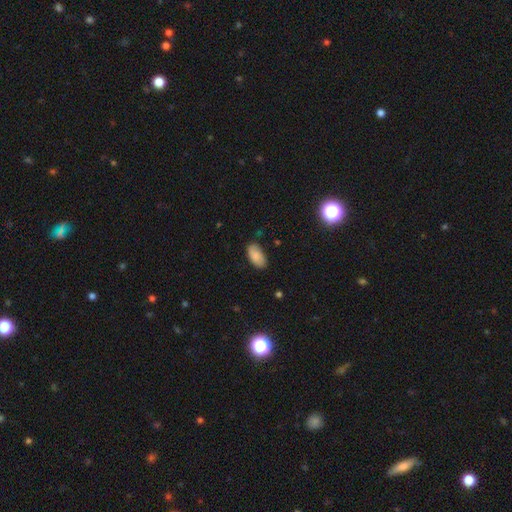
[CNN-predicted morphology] smooth_or_featured: smooth (p=0.85) [alt: star or artifact p=0.08]
how_rounded: in between (p=0.95) [alt: cigar-shaped p=0.03]
merging: none (p=0.78) [alt: minor disturbance p=0.18]